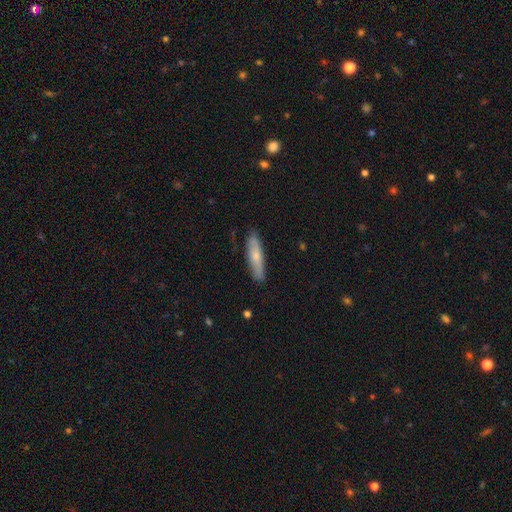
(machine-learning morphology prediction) type=smooth (64%); roundness=cigar-shaped (76%); merging=none (85%).